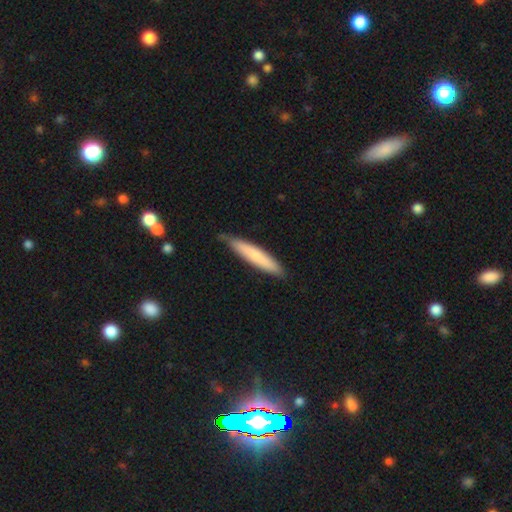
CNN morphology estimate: Smooth or featured?
  - smooth: 72% *
  - featured or disk: 23%
  - star or artifact: 5%
How rounded?
  - cigar-shaped: 90% *
  - in between: 9%
  - round: 1%
Merging?
  - none: 79% *
  - minor disturbance: 18%
  - major disturbance: 2%
  - merger: 1%